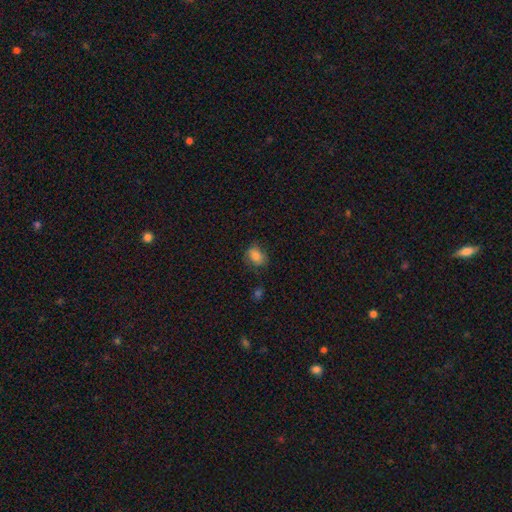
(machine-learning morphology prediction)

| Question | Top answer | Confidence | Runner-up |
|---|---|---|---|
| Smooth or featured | smooth | 77% | featured or disk (13%) |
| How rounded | in between | 63% | round (36%) |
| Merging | none | 67% | minor disturbance (23%) |